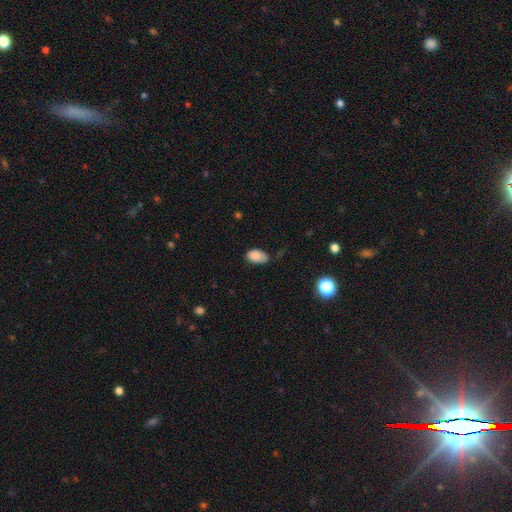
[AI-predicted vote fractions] Overall: smooth (86%). How rounded: in between (91%). Merging: none (50%; minor disturbance 37%).